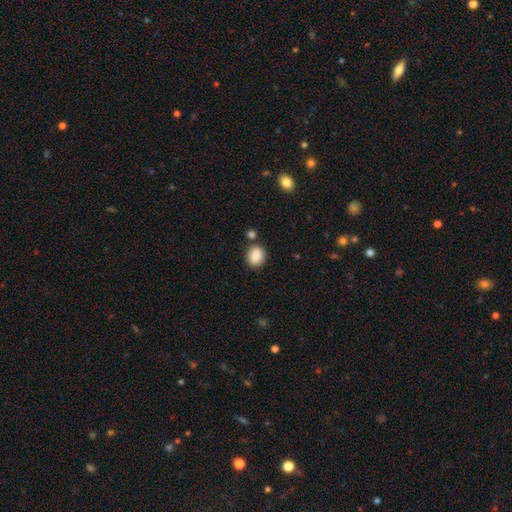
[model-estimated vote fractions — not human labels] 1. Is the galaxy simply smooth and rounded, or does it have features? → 88% smooth, 8% star or artifact, 4% featured or disk.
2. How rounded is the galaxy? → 60% round, 39% in between, 1% cigar-shaped.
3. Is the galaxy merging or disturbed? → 76% none, 12% minor disturbance, 8% merger, 3% major disturbance.